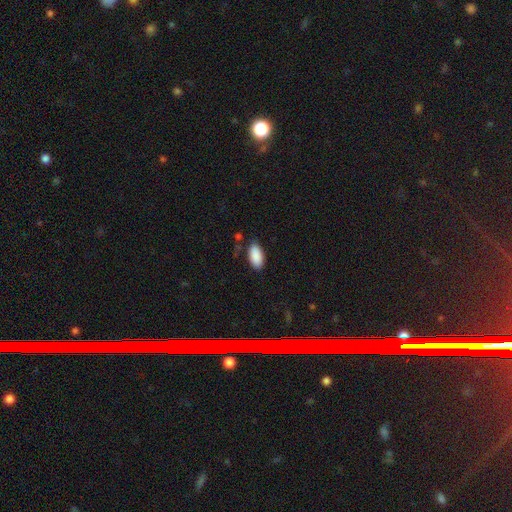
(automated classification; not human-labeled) A smooth galaxy with no disk features (90%) that is in between round and cigar-shaped (94%).

Vote fractions:
- Smooth or featured? smooth: 90% / star or artifact: 6% / featured or disk: 3%
- How rounded? in between: 94% / cigar-shaped: 4% / round: 2%
- Merging? none: 81% / minor disturbance: 13% / major disturbance: 3% / merger: 2%